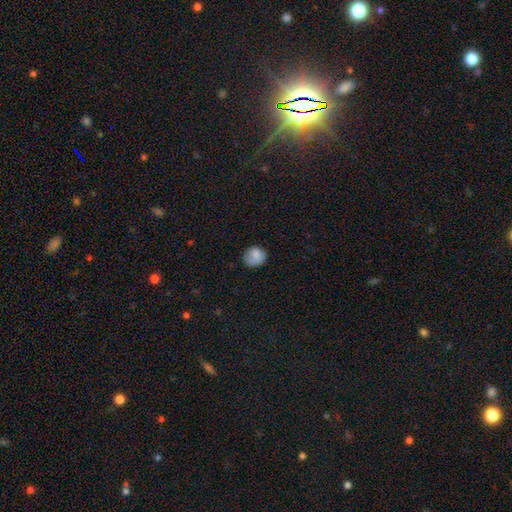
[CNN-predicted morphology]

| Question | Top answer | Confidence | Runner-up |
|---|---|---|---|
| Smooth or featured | smooth | 82% | featured or disk (9%) |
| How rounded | round | 80% | in between (19%) |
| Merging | none | 74% | minor disturbance (20%) |